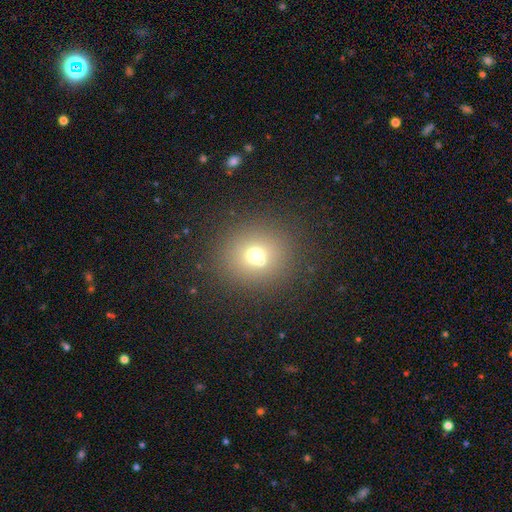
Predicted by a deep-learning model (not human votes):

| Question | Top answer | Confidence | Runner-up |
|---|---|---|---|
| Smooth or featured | smooth | 66% | star or artifact (19%) |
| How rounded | round | 86% | in between (13%) |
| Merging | none | 72% | merger (14%) |